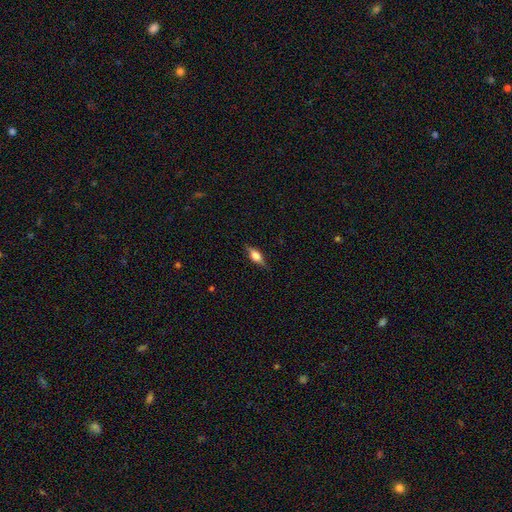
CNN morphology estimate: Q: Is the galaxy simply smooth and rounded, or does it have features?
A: smooth — 51%.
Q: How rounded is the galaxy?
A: in between — 68%.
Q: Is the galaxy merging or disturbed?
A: none — 80%.